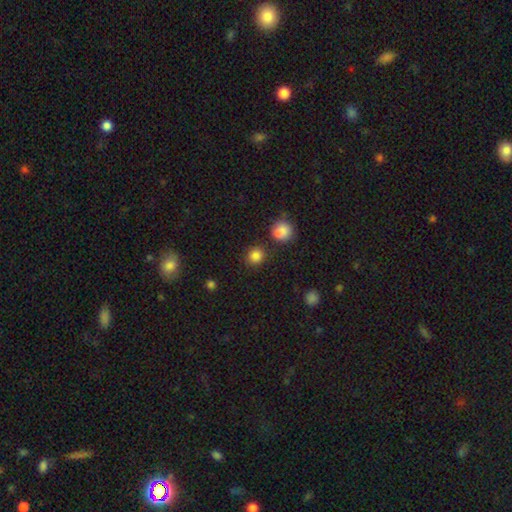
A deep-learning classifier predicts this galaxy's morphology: smooth 84%, star or artifact 12%, featured or disk 4%. Down the decision tree: how rounded — round (87%); merging — none (82%).